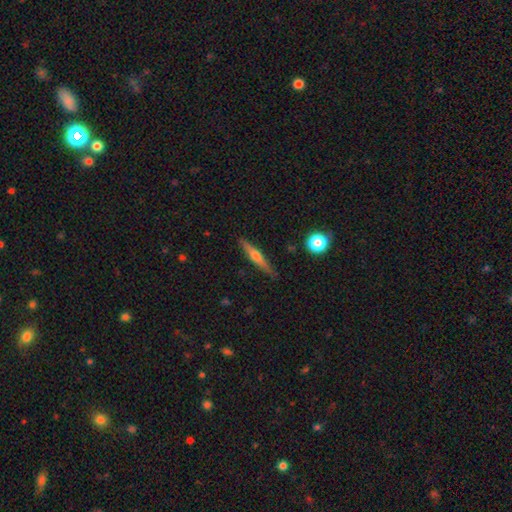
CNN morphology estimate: This appears to be a featured or disk galaxy (59%) viewed edge-on (97%) with a rounded central bulge (85%). Merging: none (87%).